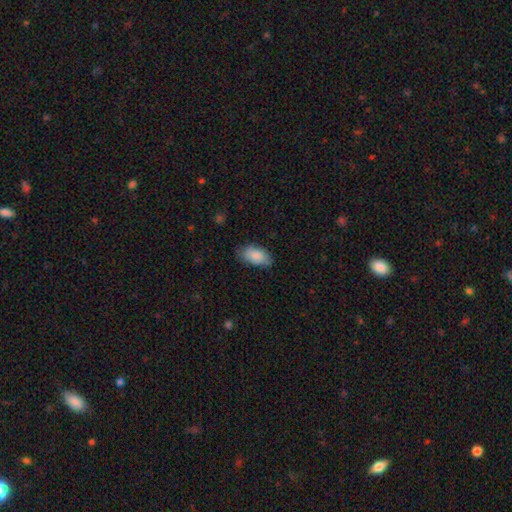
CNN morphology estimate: smooth-or-featured: smooth: 85% | featured or disk: 9% | star or artifact: 6%
  how-rounded: in between: 94% | round: 3% | cigar-shaped: 3%
  merging: none: 74% | minor disturbance: 21% | major disturbance: 4% | merger: 1%